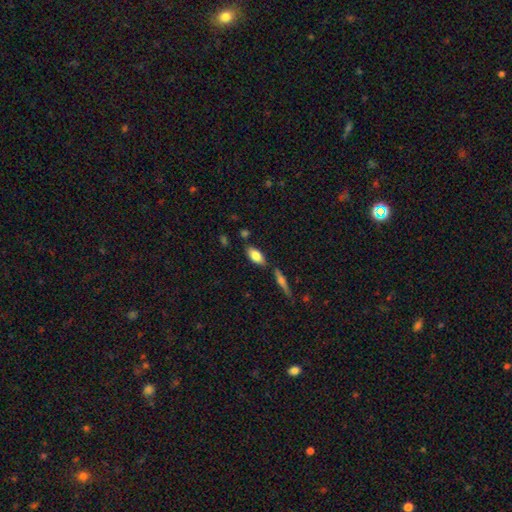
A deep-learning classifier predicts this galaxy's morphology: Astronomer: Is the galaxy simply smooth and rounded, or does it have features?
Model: smooth — 79%.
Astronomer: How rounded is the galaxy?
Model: in between — 88%.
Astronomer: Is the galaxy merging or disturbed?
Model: none — 74%.